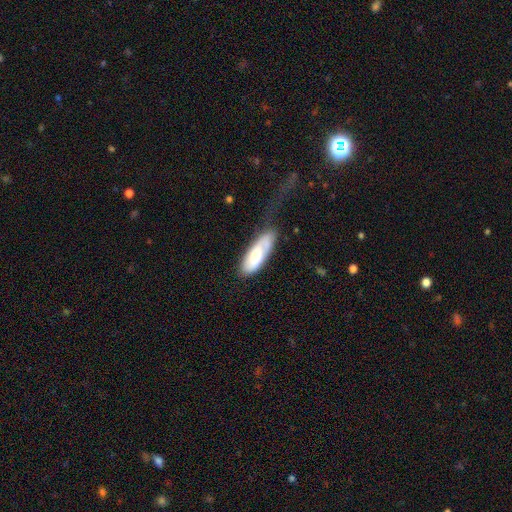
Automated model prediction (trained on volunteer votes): Q: Smooth or featured?
A: smooth (62%); runner-up: featured or disk (32%)
Q: How rounded?
A: in between (66%); runner-up: cigar-shaped (32%)
Q: Merging?
A: none (36%); runner-up: minor disturbance (31%)